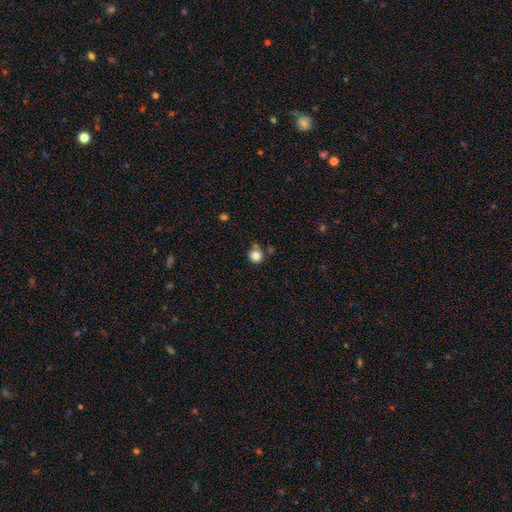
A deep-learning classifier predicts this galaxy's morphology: Smooth or featured? smooth (83%)
How rounded? round (91%)
Merging? none (71%)